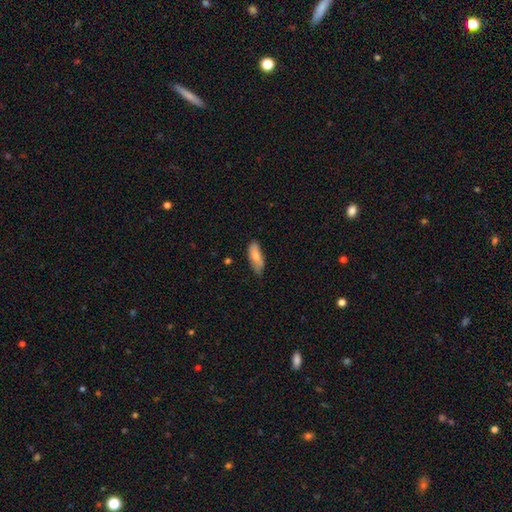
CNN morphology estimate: type=smooth (77%); roundness=in between (71%); merging=none (62%).